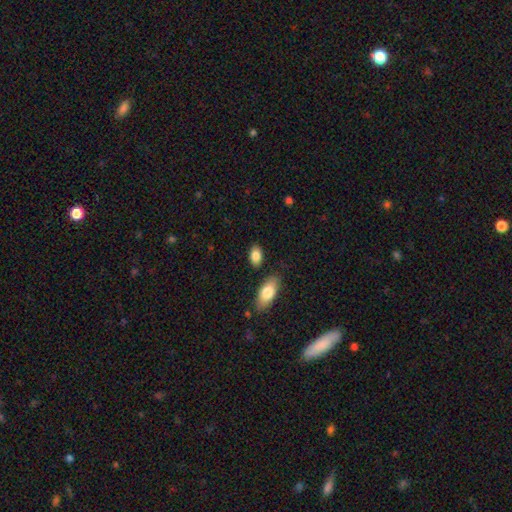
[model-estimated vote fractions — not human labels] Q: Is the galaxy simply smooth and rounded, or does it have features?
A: smooth — 86%.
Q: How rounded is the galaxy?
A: in between — 90%.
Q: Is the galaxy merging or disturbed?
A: none — 82%.